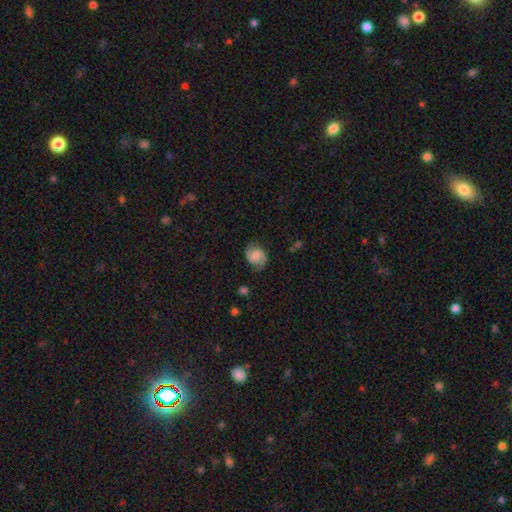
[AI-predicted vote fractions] A smooth galaxy with no disk features (52%) that is round (50%). Merging: none (70%).